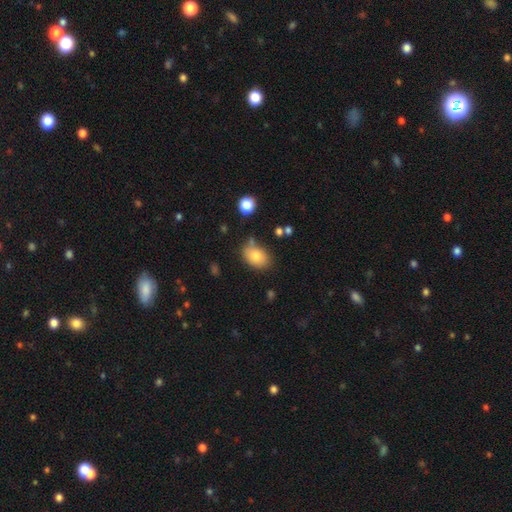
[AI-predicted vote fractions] This is likely a smooth galaxy (79%). How rounded: likely in between (77%). Merging: likely none (69%).